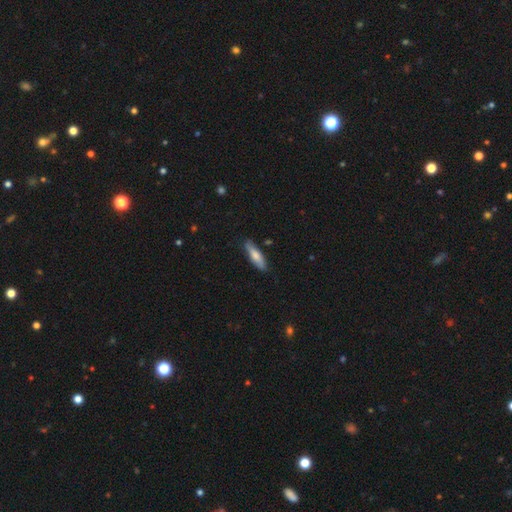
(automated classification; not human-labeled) This is likely a smooth galaxy (70%). How rounded: likely cigar-shaped (67%). Merging: clearly none (82%).